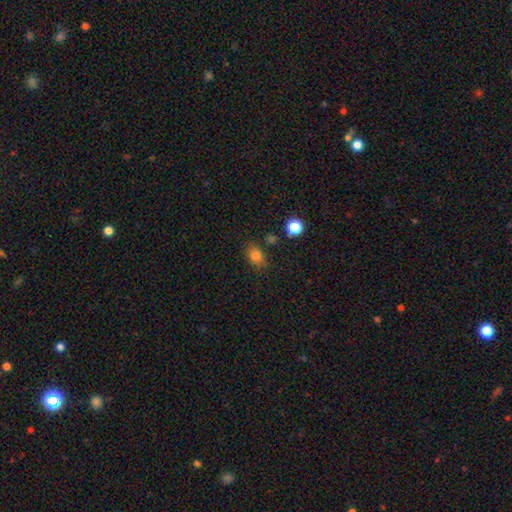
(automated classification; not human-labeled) This is clearly a smooth galaxy (80%). How rounded: likely in between (63%). Merging: likely none (71%).